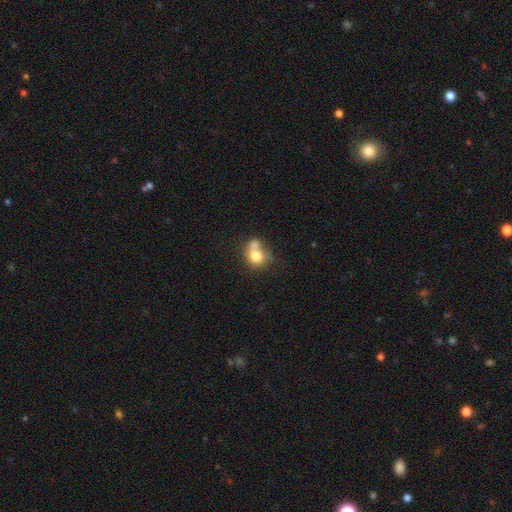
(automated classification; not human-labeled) This appears to be a smooth galaxy with no disk features (74%) that is round (66%). Merging: merger (49%).